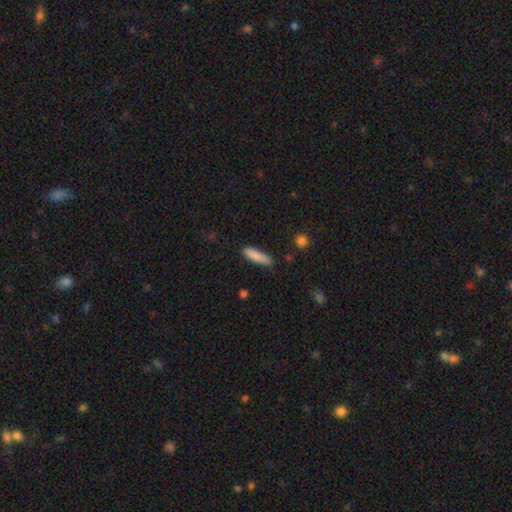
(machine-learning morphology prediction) This appears to be a smooth galaxy with no disk features (86%) that is cigar-shaped (72%). Merging: none (81%).